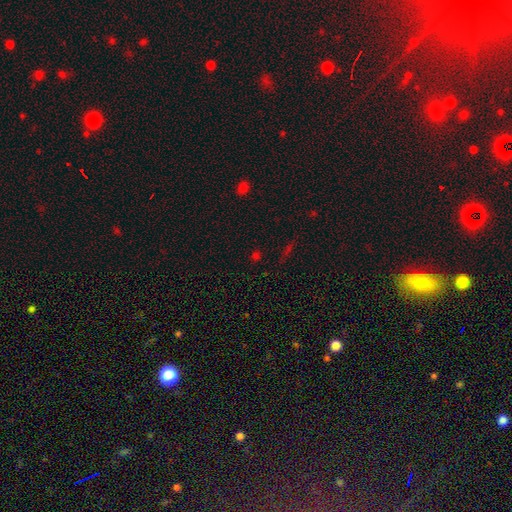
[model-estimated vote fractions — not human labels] Q: Smooth or featured?
A: star or artifact (53%); runner-up: smooth (39%)